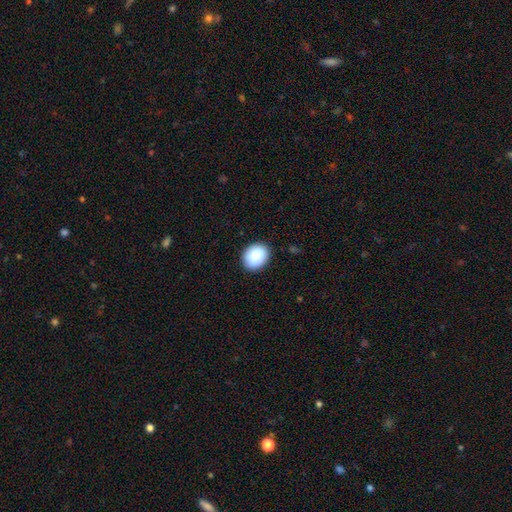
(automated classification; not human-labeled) Smooth or featured? smooth (88%)
How rounded? in between (55%)
Merging? none (89%)